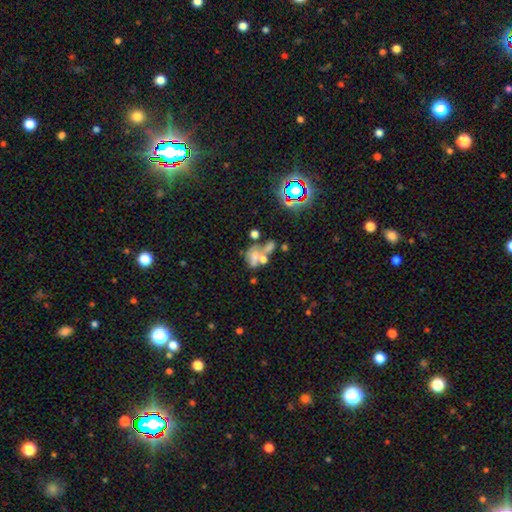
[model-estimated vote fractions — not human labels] Q: Smooth or featured?
A: smooth (43%); runner-up: featured or disk (37%)
Q: Merging?
A: merger (50%); runner-up: none (20%)